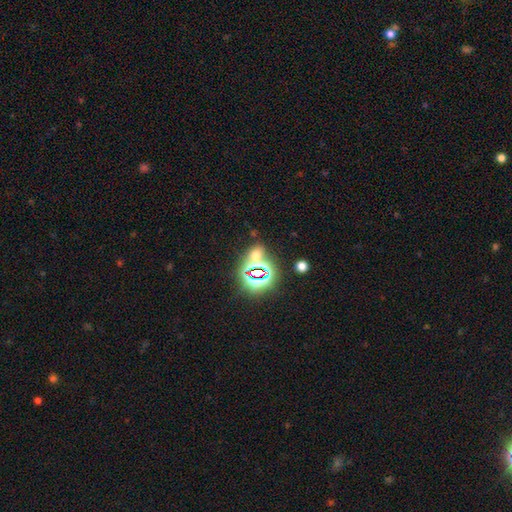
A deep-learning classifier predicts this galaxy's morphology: smooth_or_featured: star or artifact (p=0.50) [alt: smooth p=0.41]